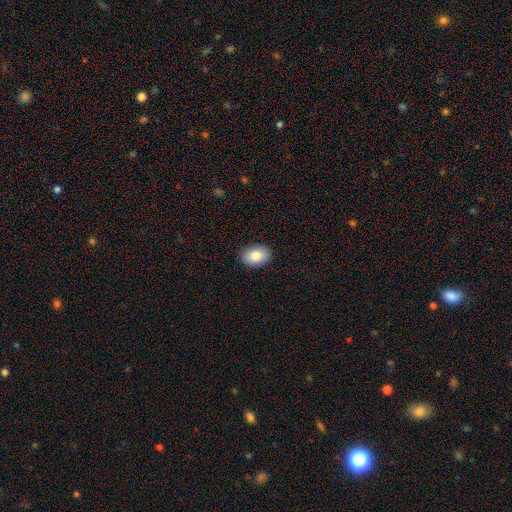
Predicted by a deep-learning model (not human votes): Q: Smooth or featured?
A: smooth (84%); runner-up: featured or disk (9%)
Q: How rounded?
A: in between (81%); runner-up: round (18%)
Q: Merging?
A: none (89%); runner-up: minor disturbance (8%)